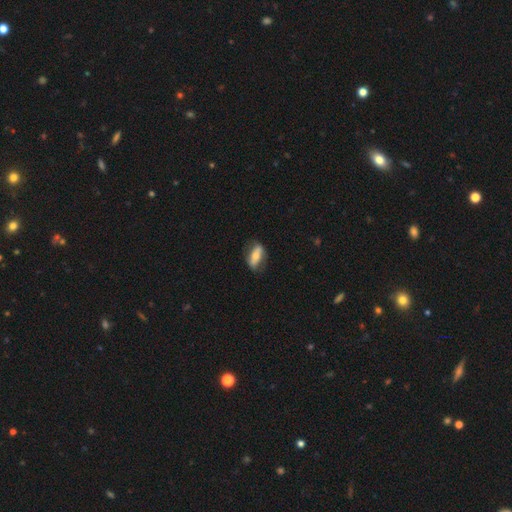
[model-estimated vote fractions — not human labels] smooth-or-featured: smooth: 53% | featured or disk: 41% | star or artifact: 6%
  how-rounded: in between: 79% | cigar-shaped: 15% | round: 6%
  merging: none: 74% | minor disturbance: 18% | major disturbance: 6% | merger: 1%